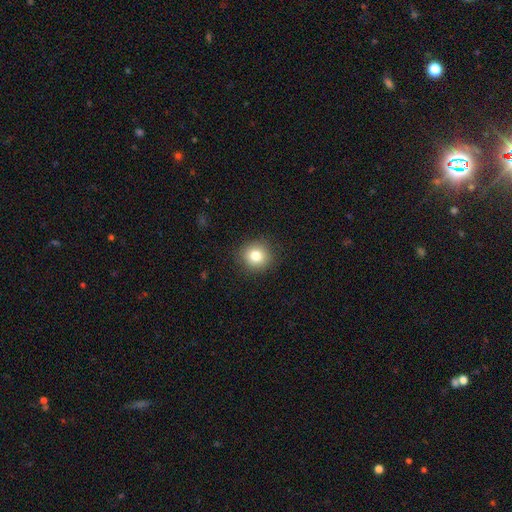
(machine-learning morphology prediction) Smooth or featured?
  - smooth: 80% *
  - star or artifact: 11%
  - featured or disk: 9%
How rounded?
  - round: 88% *
  - in between: 11%
  - cigar-shaped: 1%
Merging?
  - none: 90% *
  - minor disturbance: 7%
  - major disturbance: 2%
  - merger: 1%